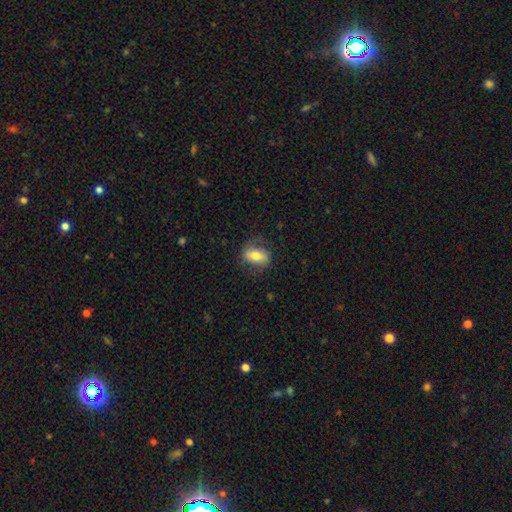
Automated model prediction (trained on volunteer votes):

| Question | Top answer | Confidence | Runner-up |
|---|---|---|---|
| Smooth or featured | smooth | 61% | featured or disk (32%) |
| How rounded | in between | 79% | round (18%) |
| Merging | none | 71% | minor disturbance (19%) |